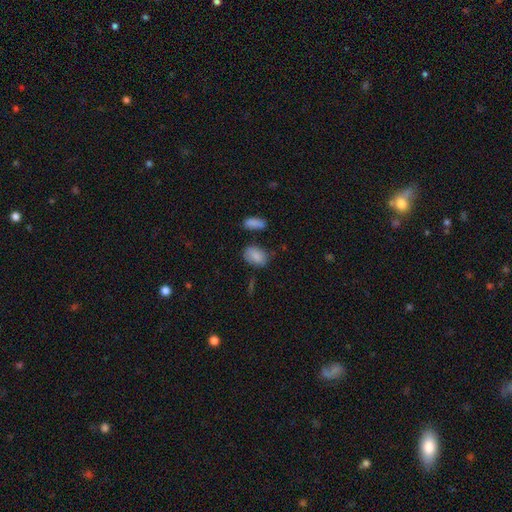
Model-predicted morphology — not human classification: Smooth or featured? Predicted: smooth (p=0.86). How rounded? Predicted: in between (p=0.84). Merging? Predicted: none (p=0.71).